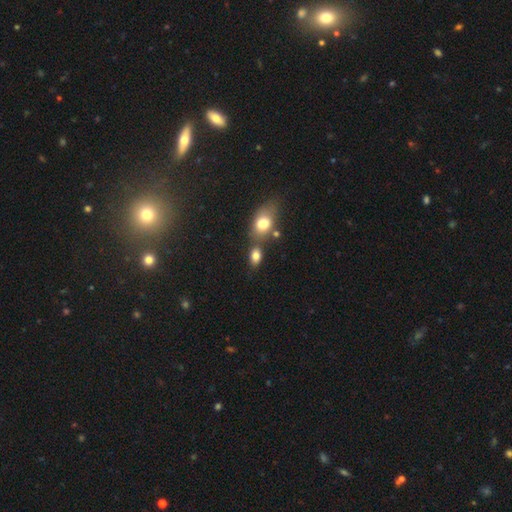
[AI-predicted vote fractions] This is clearly a smooth galaxy (81%). How rounded: clearly in between (82%). Merging: possibly none (52%).